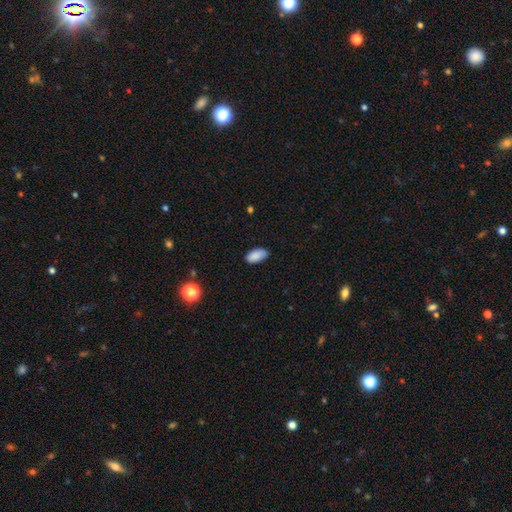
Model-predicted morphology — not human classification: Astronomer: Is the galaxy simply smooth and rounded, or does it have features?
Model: smooth — 89%.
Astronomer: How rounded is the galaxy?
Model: in between — 94%.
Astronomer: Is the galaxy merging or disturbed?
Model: none — 84%.